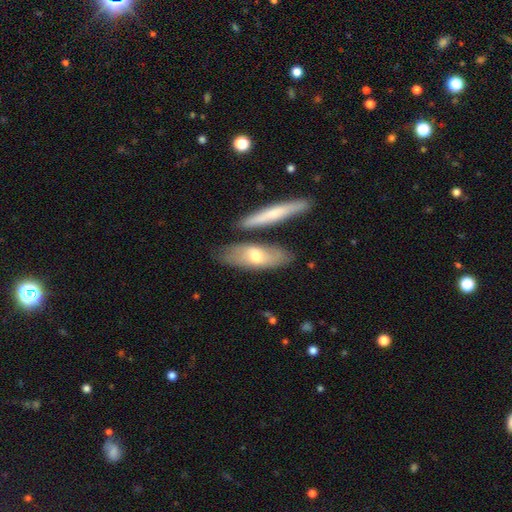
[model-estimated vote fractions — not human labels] smooth 55%, featured or disk 40%, star or artifact 5%. Down the decision tree: how rounded — in between (65%); merging — none (69%).